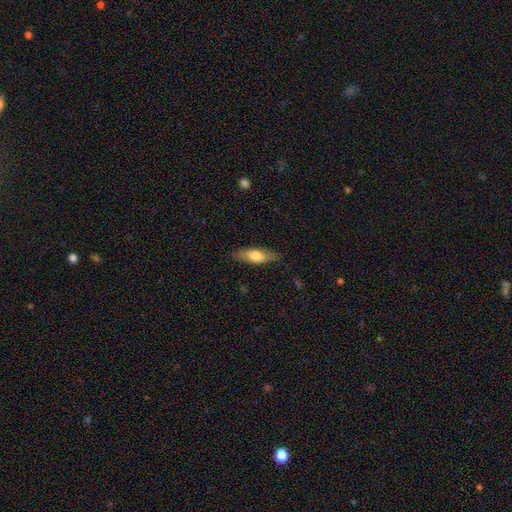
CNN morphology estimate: type=smooth (65%); roundness=in between (52%); merging=none (85%).